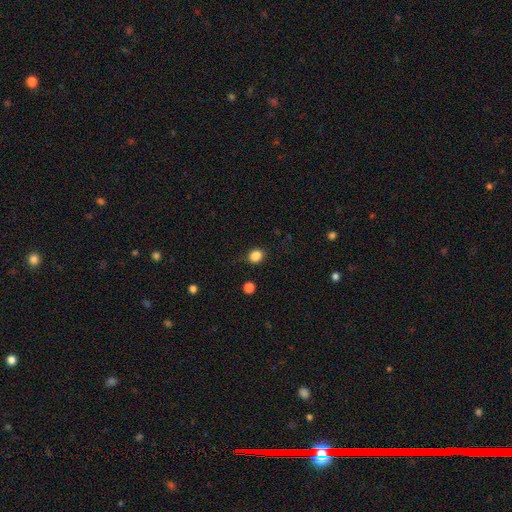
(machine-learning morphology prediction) Q: Smooth or featured?
A: smooth (86%); runner-up: star or artifact (11%)
Q: How rounded?
A: round (72%); runner-up: in between (27%)
Q: Merging?
A: none (82%); runner-up: minor disturbance (13%)